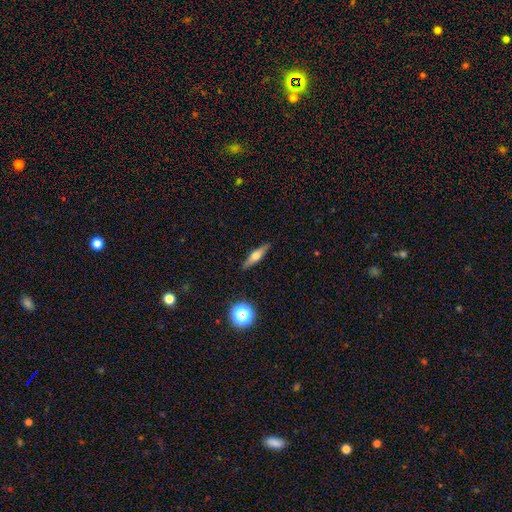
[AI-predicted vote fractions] Smooth or featured? featured or disk (51%)
Edge-on disk? yes (93%)
Merging? none (88%)